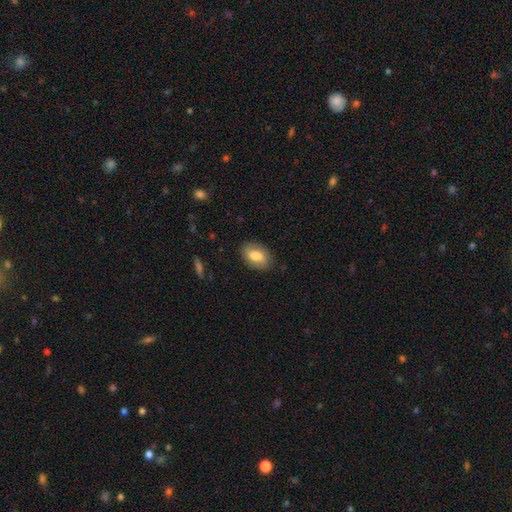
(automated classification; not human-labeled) A smooth galaxy with no disk features (76%) that is in between round and cigar-shaped (89%).

Vote fractions:
- Smooth or featured? smooth: 76% / featured or disk: 17% / star or artifact: 7%
- How rounded? in between: 89% / round: 9% / cigar-shaped: 2%
- Merging? none: 83% / minor disturbance: 12% / major disturbance: 3% / merger: 1%